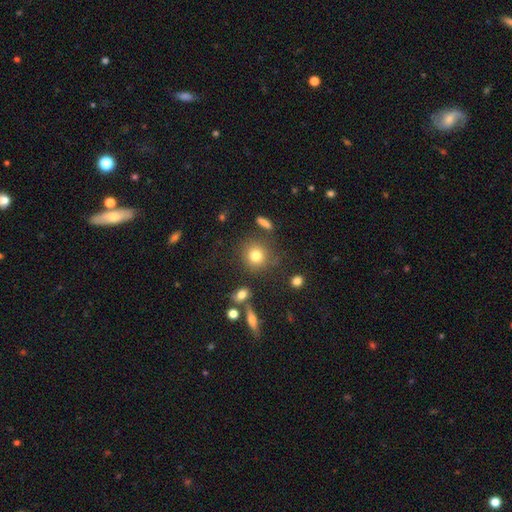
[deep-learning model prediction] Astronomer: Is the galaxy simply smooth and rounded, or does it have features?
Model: smooth — 78%.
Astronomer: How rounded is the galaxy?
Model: round — 87%.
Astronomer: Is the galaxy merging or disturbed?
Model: none — 76%.